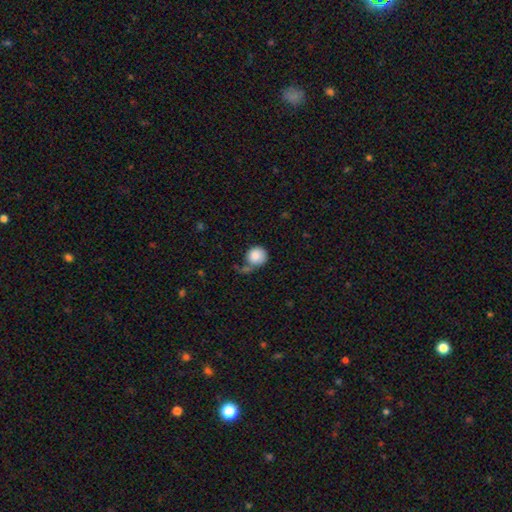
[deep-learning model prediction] Smooth or featured?
  - smooth: 86% *
  - featured or disk: 7%
  - star or artifact: 7%
How rounded?
  - round: 88% *
  - in between: 11%
  - cigar-shaped: 1%
Merging?
  - none: 46% *
  - minor disturbance: 22%
  - major disturbance: 18%
  - merger: 14%